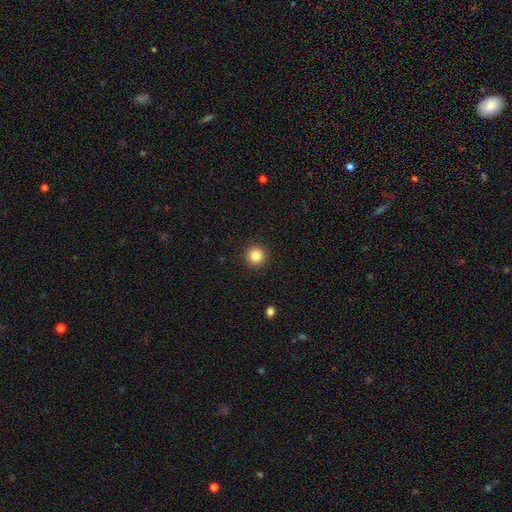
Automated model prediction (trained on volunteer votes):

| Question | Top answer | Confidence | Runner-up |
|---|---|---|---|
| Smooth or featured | smooth | 84% | star or artifact (11%) |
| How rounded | round | 96% | in between (3%) |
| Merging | none | 93% | minor disturbance (5%) |